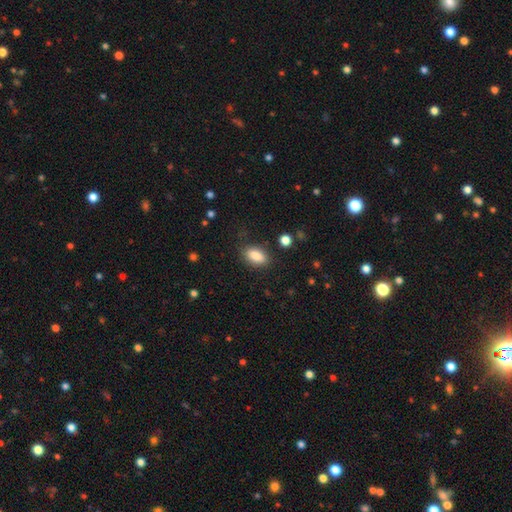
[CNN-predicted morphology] Overall: smooth (86%). How rounded: in between (89%). Merging: none (82%).